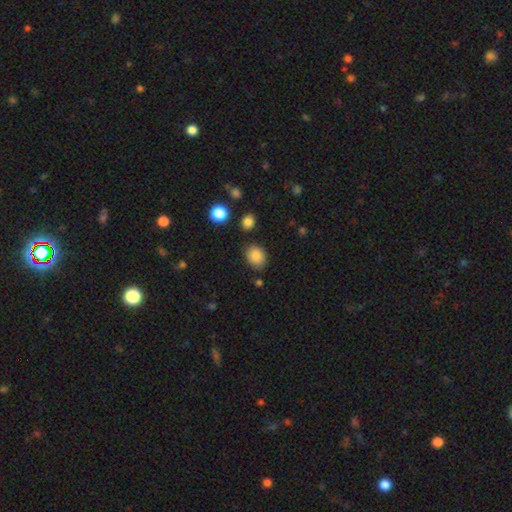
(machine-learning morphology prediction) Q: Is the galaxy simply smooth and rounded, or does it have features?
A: smooth — 85%.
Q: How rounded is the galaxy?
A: round — 52%.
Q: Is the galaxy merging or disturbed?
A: none — 79%.